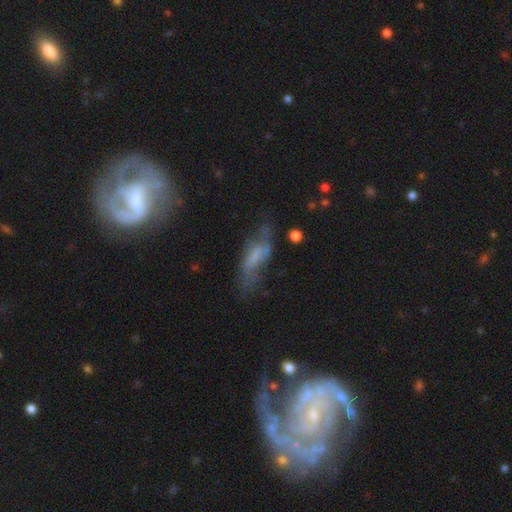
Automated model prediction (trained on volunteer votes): featured or disk 46%, smooth 41%, star or artifact 13%. Down the decision tree: merging — none (41%).